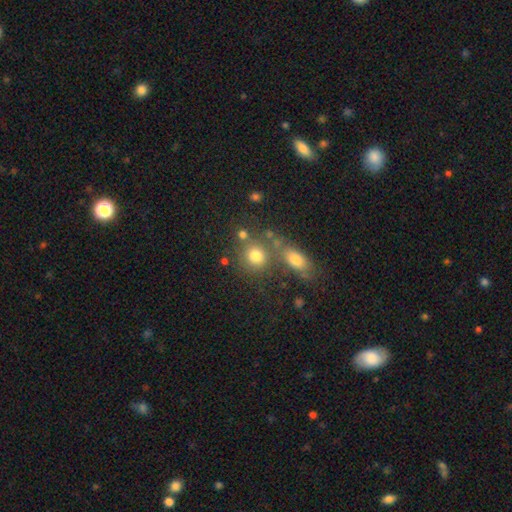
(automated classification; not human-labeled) smooth_or_featured: smooth (p=0.76) [alt: star or artifact p=0.14]
how_rounded: round (p=0.80) [alt: in between p=0.19]
merging: none (p=0.59) [alt: merger p=0.24]